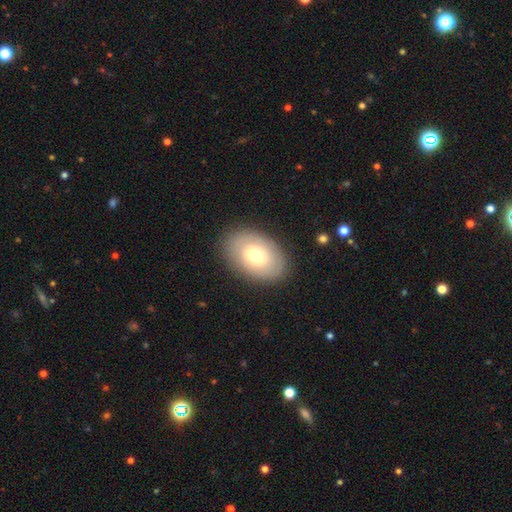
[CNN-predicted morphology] The model was most divided on "smooth or featured": smooth: 63%, featured or disk: 29%, star or artifact: 7%. More confident: merging — none (85%); how rounded — in between (83%).